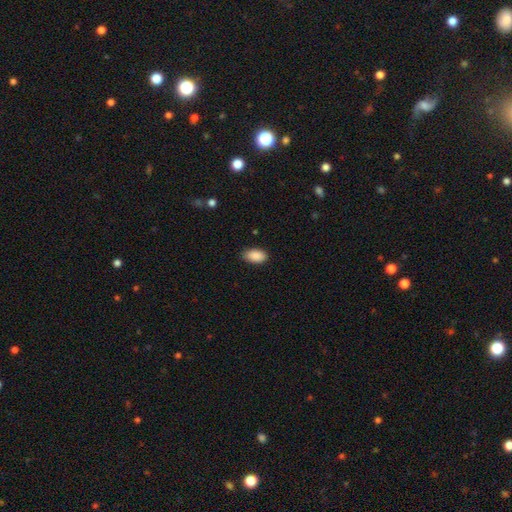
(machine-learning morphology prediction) Smooth or featured? smooth (90%)
How rounded? in between (94%)
Merging? none (83%)